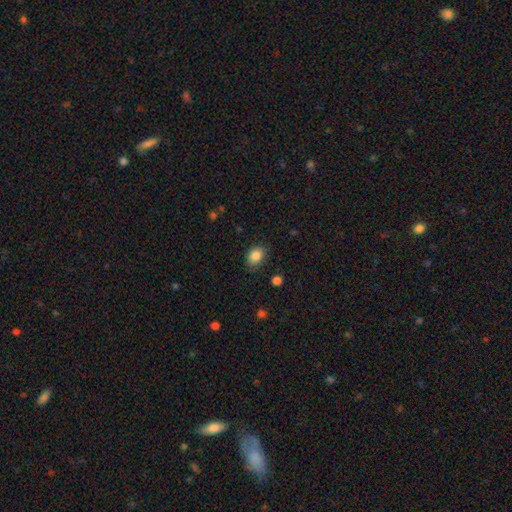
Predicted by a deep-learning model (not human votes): smooth 86%, star or artifact 9%, featured or disk 5%. Down the decision tree: how rounded — in between (61%); merging — none (78%).